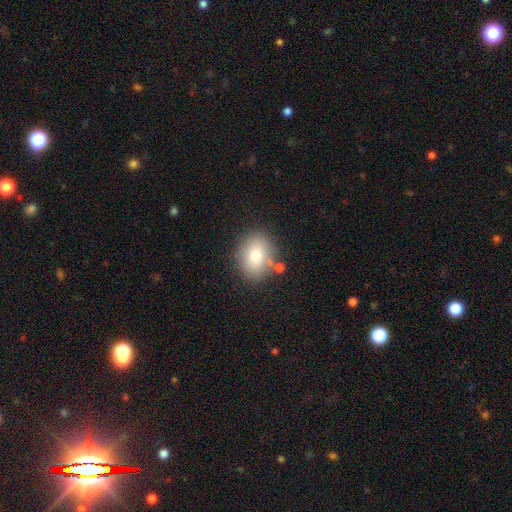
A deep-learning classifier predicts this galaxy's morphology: A smooth galaxy with no disk features (80%) that is in between round and cigar-shaped (62%).

Vote fractions:
- Smooth or featured? smooth: 80% / featured or disk: 11% / star or artifact: 9%
- How rounded? in between: 62% / round: 37% / cigar-shaped: 1%
- Merging? none: 73% / minor disturbance: 15% / merger: 7% / major disturbance: 5%